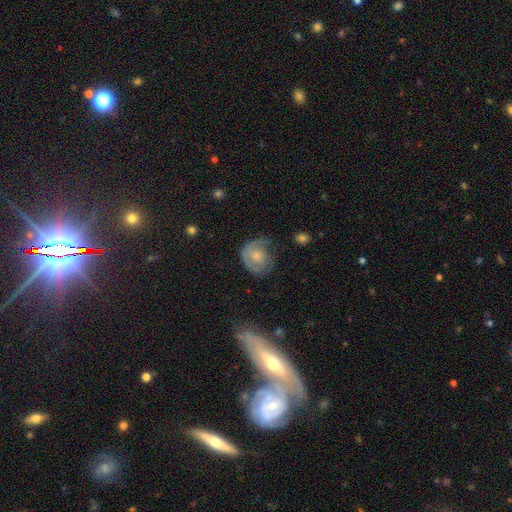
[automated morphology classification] featured or disk 60%, smooth 33%, star or artifact 7%. Down the decision tree: edge-on disk — no (97%); bar — no (76%); spiral arms — yes (82%); bulge size — moderate (43%); merging — none (52%).